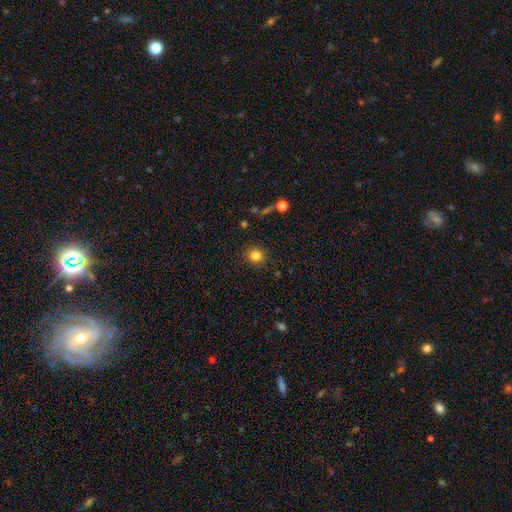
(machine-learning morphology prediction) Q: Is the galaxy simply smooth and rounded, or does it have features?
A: smooth — 83%.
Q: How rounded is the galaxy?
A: round — 89%.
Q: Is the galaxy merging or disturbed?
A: none — 88%.